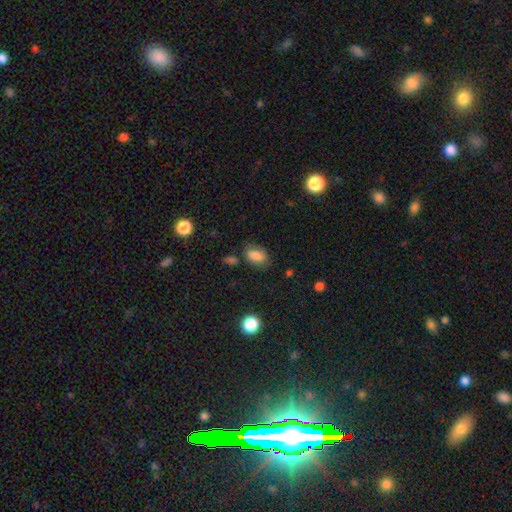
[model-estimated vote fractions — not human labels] A smooth galaxy with no disk features (79%) that is in between round and cigar-shaped (86%).

Vote fractions:
- Smooth or featured? smooth: 79% / featured or disk: 11% / star or artifact: 10%
- How rounded? in between: 86% / round: 11% / cigar-shaped: 2%
- Merging? none: 66% / minor disturbance: 22% / major disturbance: 8% / merger: 4%